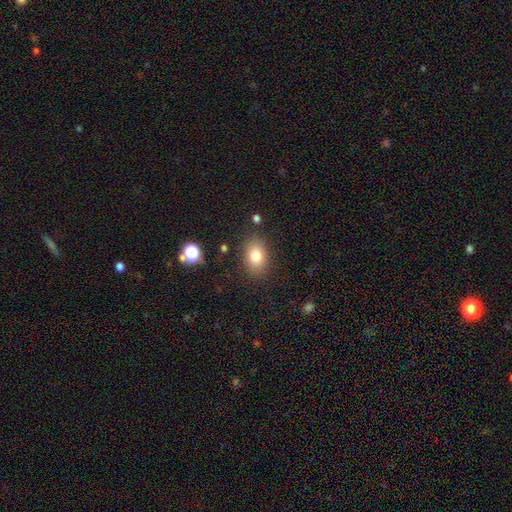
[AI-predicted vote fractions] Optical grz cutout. It shows a smooth galaxy with no disk features (80%) that is in between round and cigar-shaped (81%). Merging: none (84%).